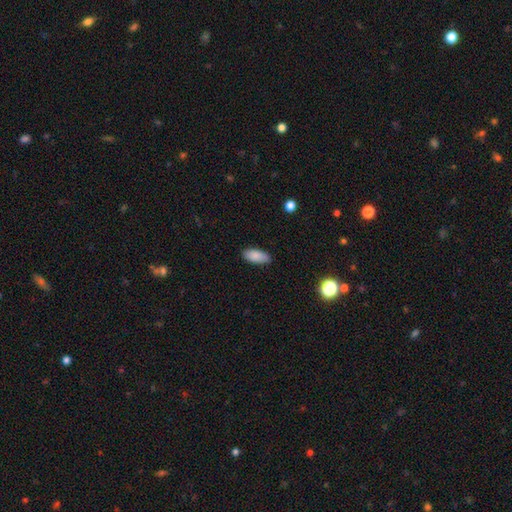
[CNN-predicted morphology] Smooth or featured?
  - smooth: 87% *
  - star or artifact: 7%
  - featured or disk: 5%
How rounded?
  - in between: 86% *
  - cigar-shaped: 12%
  - round: 2%
Merging?
  - none: 86% *
  - minor disturbance: 11%
  - major disturbance: 2%
  - merger: 1%